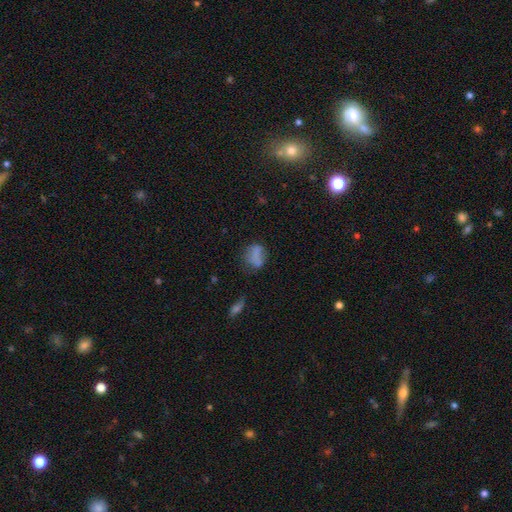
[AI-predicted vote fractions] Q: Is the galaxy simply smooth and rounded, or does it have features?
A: smooth — 69%.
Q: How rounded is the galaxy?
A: in between — 64%.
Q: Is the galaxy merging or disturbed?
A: none — 46%.